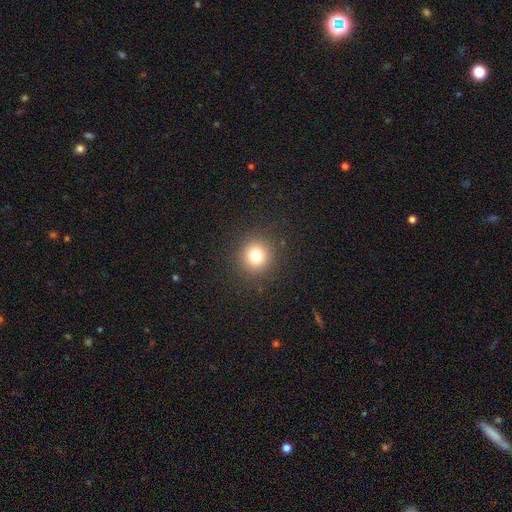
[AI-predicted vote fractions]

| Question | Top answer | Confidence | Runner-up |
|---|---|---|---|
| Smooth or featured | smooth | 77% | star or artifact (14%) |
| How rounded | round | 92% | in between (7%) |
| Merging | none | 90% | minor disturbance (6%) |